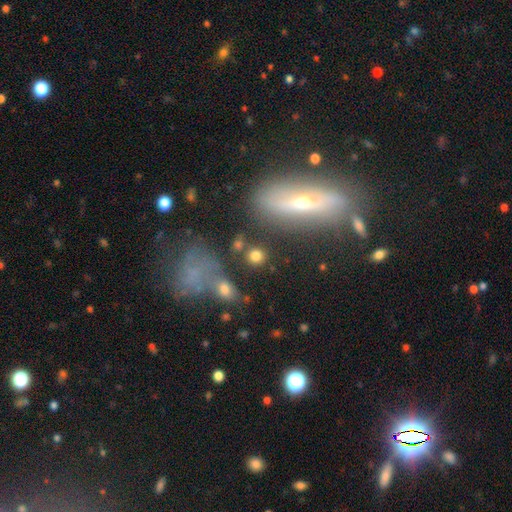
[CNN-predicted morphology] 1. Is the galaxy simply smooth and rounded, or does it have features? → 80% smooth, 11% star or artifact, 9% featured or disk.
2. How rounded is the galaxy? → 83% round, 15% in between, 2% cigar-shaped.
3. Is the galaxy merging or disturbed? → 76% none, 10% merger, 9% minor disturbance, 5% major disturbance.